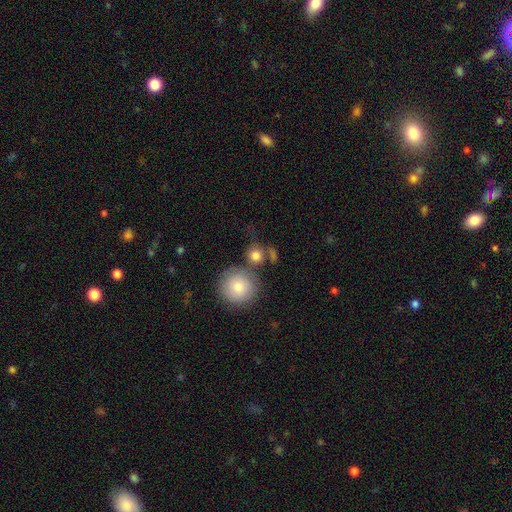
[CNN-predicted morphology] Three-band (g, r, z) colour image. It shows a smooth galaxy with no disk features (79%) that is round (84%). Merging: none (55%).